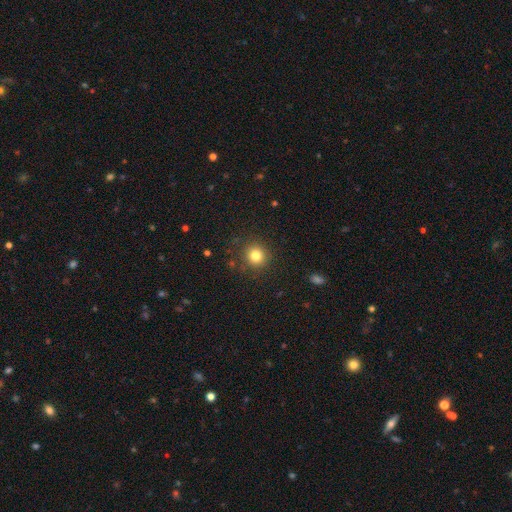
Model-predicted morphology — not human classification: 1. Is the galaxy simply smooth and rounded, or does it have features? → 81% smooth, 13% star or artifact, 7% featured or disk.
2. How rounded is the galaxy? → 91% round, 8% in between, 1% cigar-shaped.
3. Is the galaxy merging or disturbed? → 88% none, 8% minor disturbance, 3% major disturbance, 1% merger.